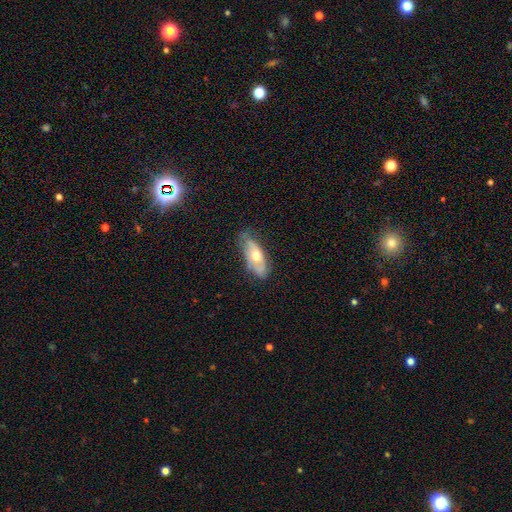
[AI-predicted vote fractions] A featured or disk galaxy (48%).

Vote fractions:
- Smooth or featured? featured or disk: 48% / smooth: 45% / star or artifact: 6%
- Merging? none: 58% / minor disturbance: 31% / major disturbance: 9% / merger: 2%